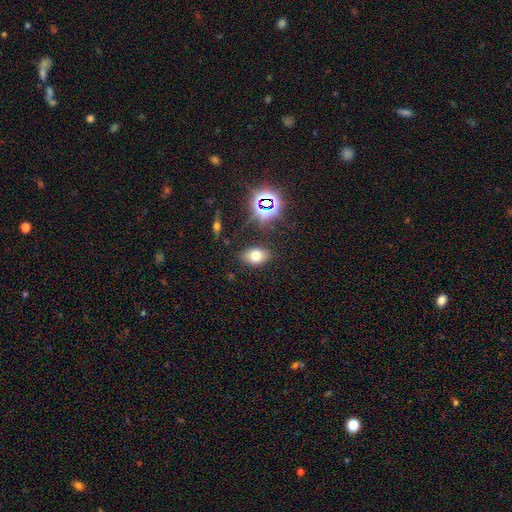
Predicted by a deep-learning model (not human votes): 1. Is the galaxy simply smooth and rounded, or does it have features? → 69% smooth, 19% star or artifact, 12% featured or disk.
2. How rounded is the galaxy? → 85% in between, 13% round, 2% cigar-shaped.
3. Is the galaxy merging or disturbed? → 84% none, 11% minor disturbance, 3% major disturbance, 2% merger.